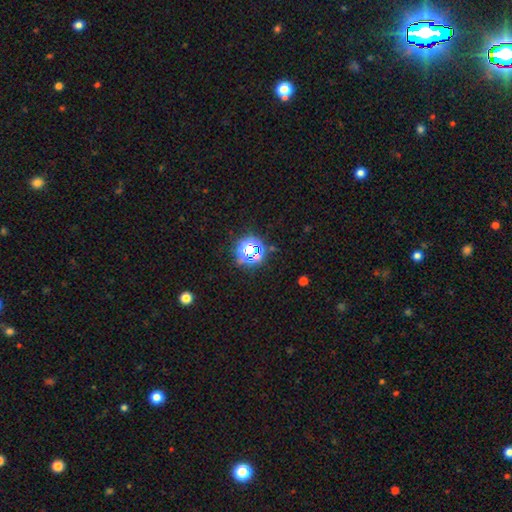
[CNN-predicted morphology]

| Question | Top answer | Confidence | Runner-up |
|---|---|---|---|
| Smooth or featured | star or artifact | 60% | smooth (30%) |